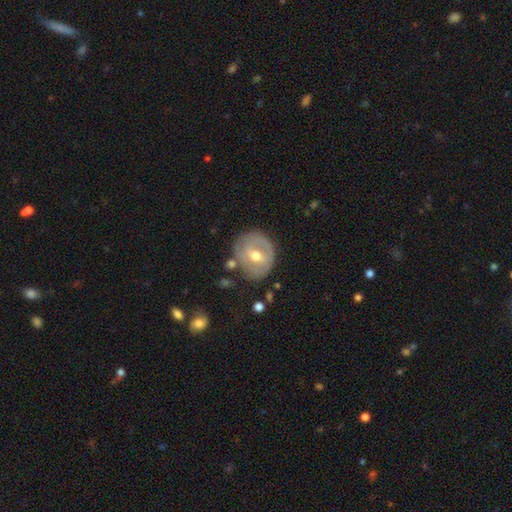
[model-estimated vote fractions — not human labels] The model was most divided on "bar": weak: 45%, no: 39%, strong: 16%. More confident: edge-on disk — no (95%); bulge size — moderate (75%); merging — none (68%); smooth or featured — featured or disk (58%); spiral arms — no (55%).